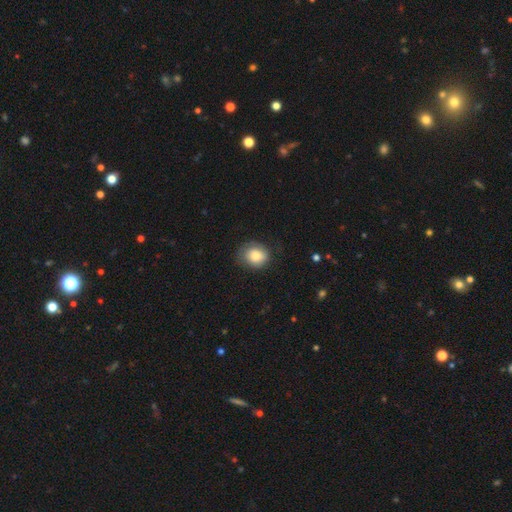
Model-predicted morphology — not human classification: Smooth or featured? smooth (80%)
How rounded? round (61%)
Merging? none (70%)